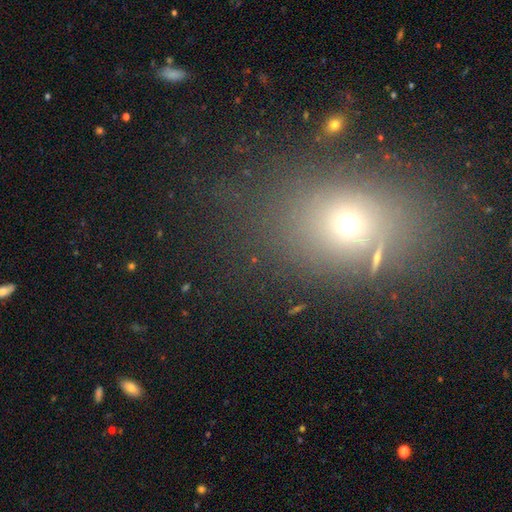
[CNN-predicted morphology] type=smooth (55%); roundness=round (54%); merging=none (73%).